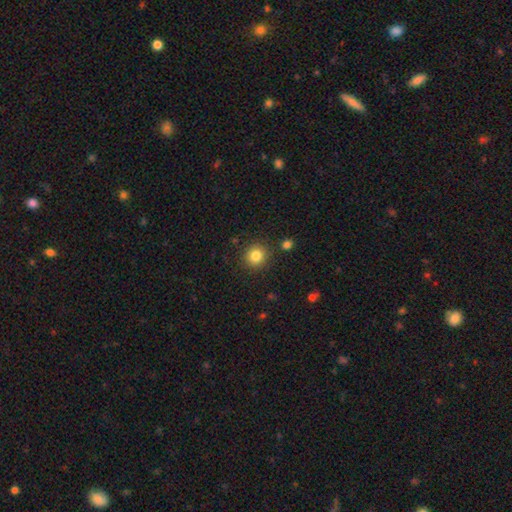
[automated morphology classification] smooth_or_featured: smooth (p=0.83) [alt: star or artifact p=0.12]
how_rounded: round (p=0.91) [alt: in between p=0.09]
merging: none (p=0.87) [alt: minor disturbance p=0.07]